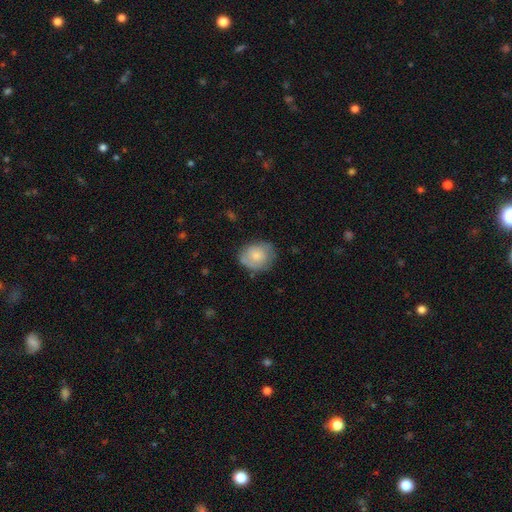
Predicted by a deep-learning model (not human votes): A smooth galaxy with no disk features (71%) that is round (56%). Merging: none (70%).